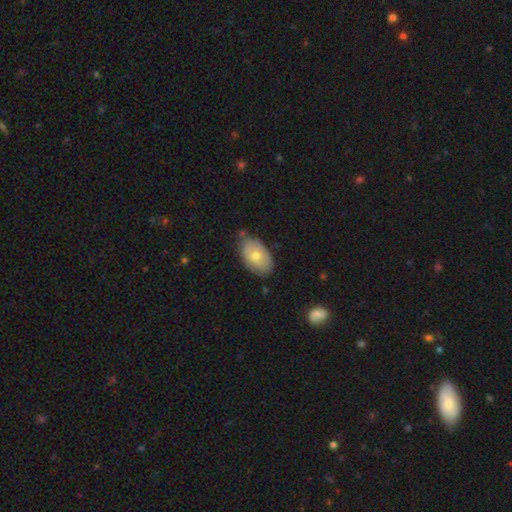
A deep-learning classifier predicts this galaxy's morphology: smooth_or_featured: smooth (p=0.64) [alt: featured or disk p=0.30]
how_rounded: in between (p=0.91) [alt: round p=0.08]
merging: none (p=0.71) [alt: minor disturbance p=0.22]